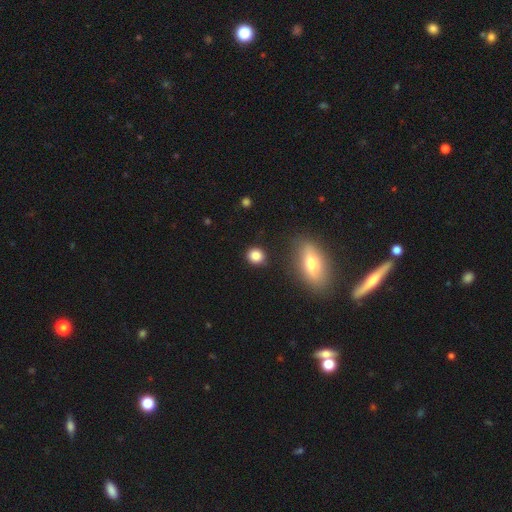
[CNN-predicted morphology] type=smooth (85%); roundness=round (80%); merging=none (85%).